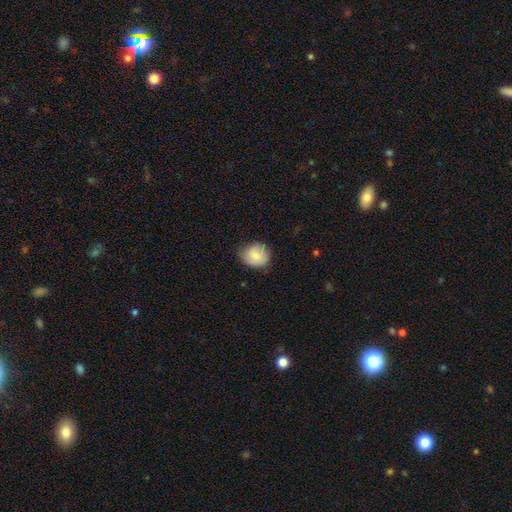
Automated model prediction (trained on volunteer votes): Smooth or featured? Predicted: smooth (p=0.84). How rounded? Predicted: round (p=0.73). Merging? Predicted: none (p=0.76).